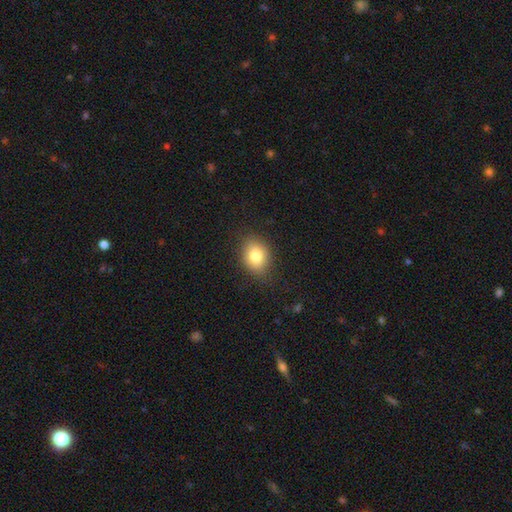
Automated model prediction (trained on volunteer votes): Morphology: type=smooth (80%); roundness=in between (59%); merging=none (86%).